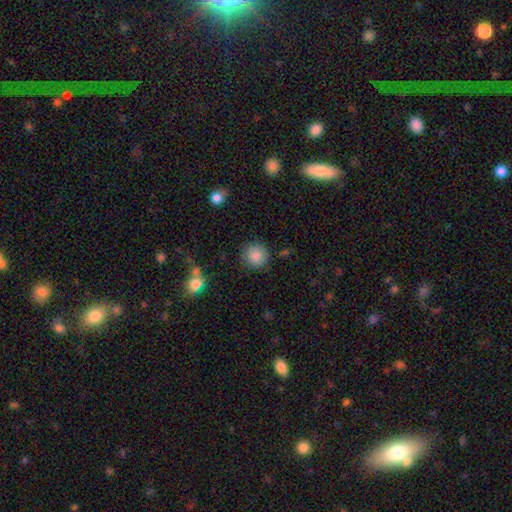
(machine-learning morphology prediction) This appears to be a smooth galaxy with no disk features (86%) that is round (93%). Merging: none (86%).